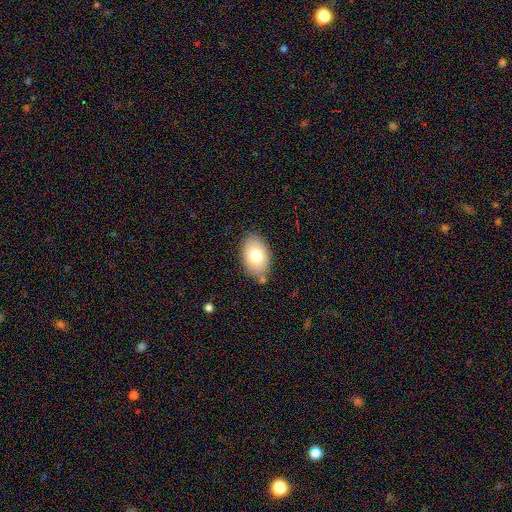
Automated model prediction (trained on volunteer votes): A smooth galaxy with no disk features (75%) that is in between round and cigar-shaped (89%).

Vote fractions:
- Smooth or featured? smooth: 75% / featured or disk: 17% / star or artifact: 8%
- How rounded? in between: 89% / round: 10% / cigar-shaped: 1%
- Merging? none: 78% / minor disturbance: 15% / merger: 4% / major disturbance: 3%